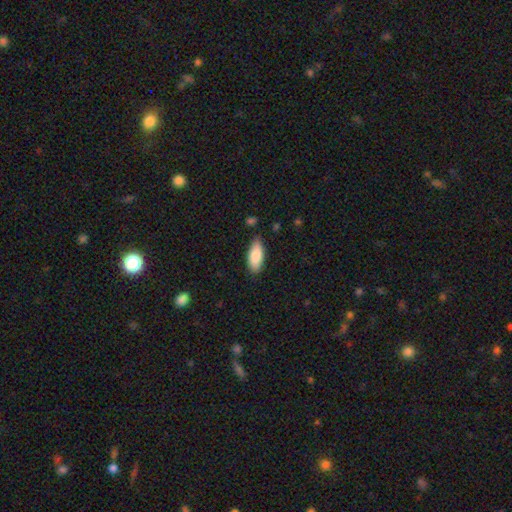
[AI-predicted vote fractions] Smooth or featured? smooth (87%)
How rounded? in between (84%)
Merging? none (81%)